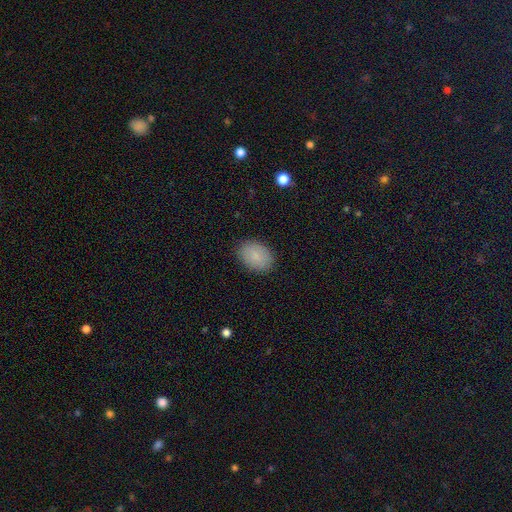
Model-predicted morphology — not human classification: Q: Smooth or featured?
A: smooth (86%); runner-up: star or artifact (7%)
Q: How rounded?
A: in between (78%); runner-up: round (21%)
Q: Merging?
A: none (87%); runner-up: minor disturbance (9%)